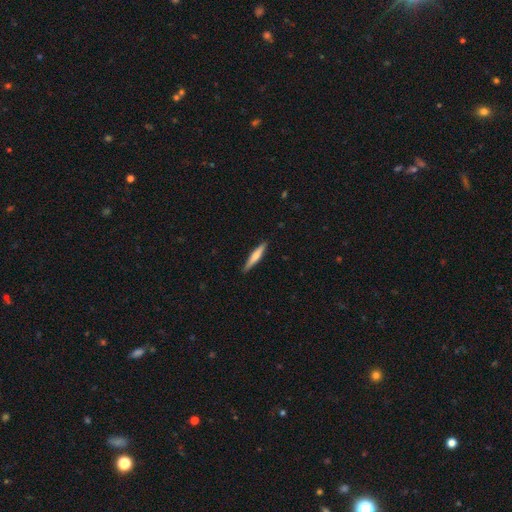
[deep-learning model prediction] Smooth or featured? Predicted: smooth (p=0.61). How rounded? Predicted: cigar-shaped (p=0.91). Merging? Predicted: none (p=0.90).